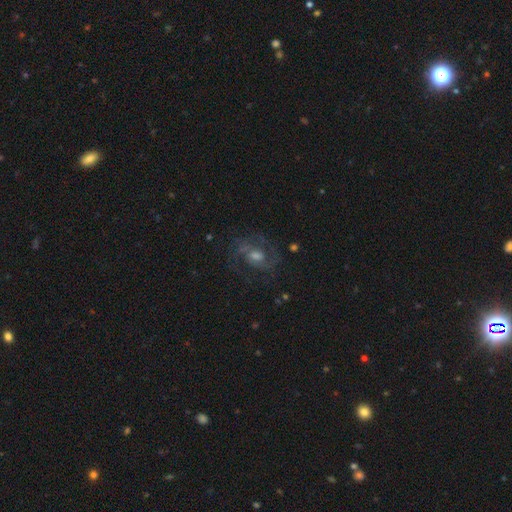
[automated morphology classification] type=featured or disk (79%); edge-on=no (97%); bar=no (49%); spiral arms=yes (93%); winding=medium (56%); arm count=2 (77%); bulge=moderate (52%); merging=none (74%).